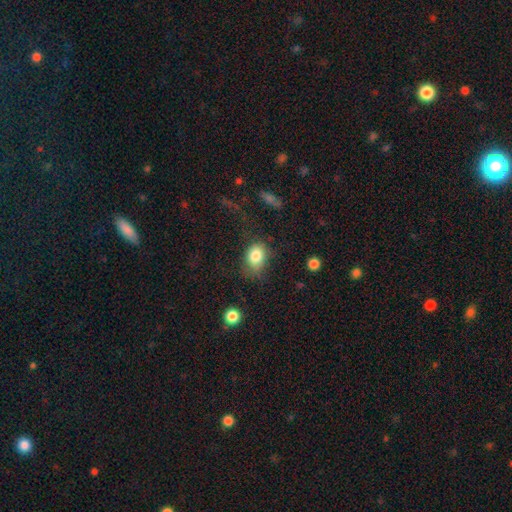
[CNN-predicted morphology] Smooth or featured?
  - smooth: 81% *
  - star or artifact: 9%
  - featured or disk: 9%
How rounded?
  - in between: 68% *
  - round: 31%
  - cigar-shaped: 1%
Merging?
  - none: 57% *
  - minor disturbance: 24%
  - major disturbance: 16%
  - merger: 3%